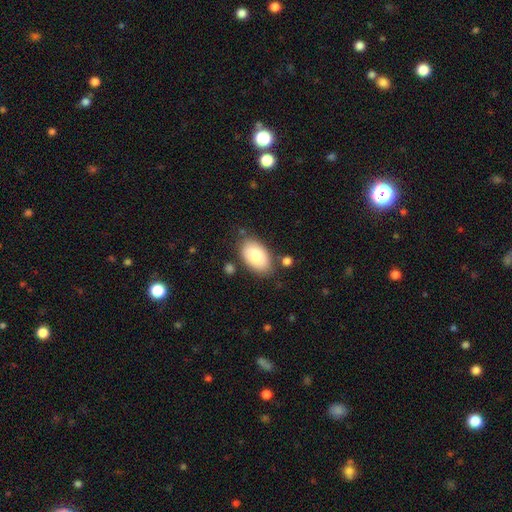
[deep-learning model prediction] Morphology: type=smooth (82%); roundness=in between (94%); merging=none (78%).